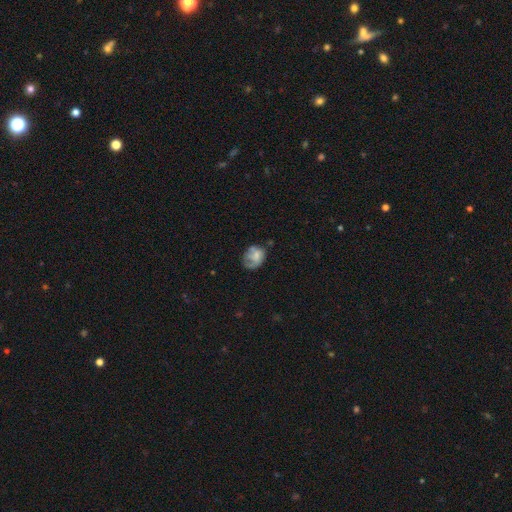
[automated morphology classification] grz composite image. It shows a smooth galaxy with no disk features (57%) that is in between round and cigar-shaped (54%). Merging: none (42%).